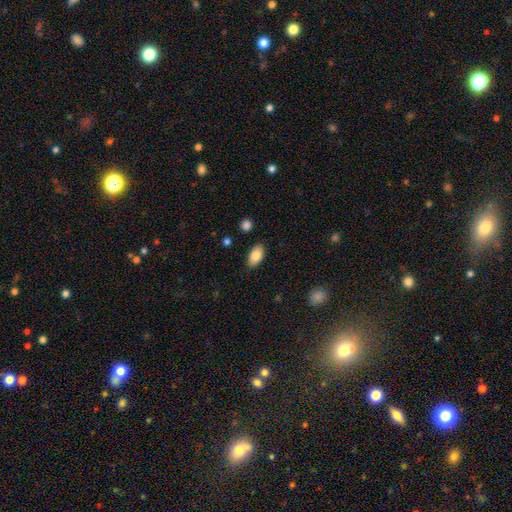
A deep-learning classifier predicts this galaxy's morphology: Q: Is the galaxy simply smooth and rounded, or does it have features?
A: smooth — 85%.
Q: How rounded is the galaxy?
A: in between — 93%.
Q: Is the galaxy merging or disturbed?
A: none — 86%.